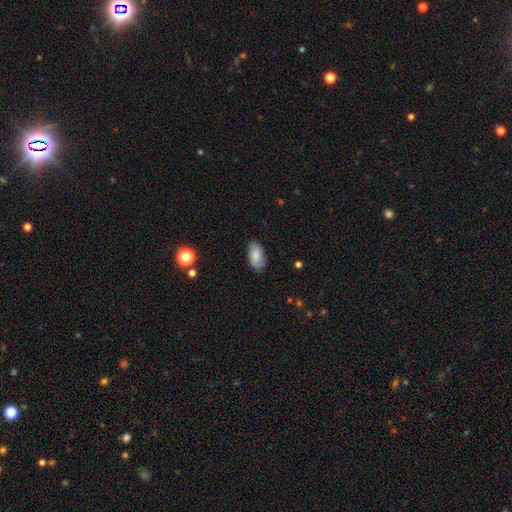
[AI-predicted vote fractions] A smooth galaxy with no disk features (80%) that is in between round and cigar-shaped (94%).

Vote fractions:
- Smooth or featured? smooth: 80% / featured or disk: 13% / star or artifact: 7%
- How rounded? in between: 94% / round: 4% / cigar-shaped: 3%
- Merging? none: 81% / minor disturbance: 15% / major disturbance: 3% / merger: 1%